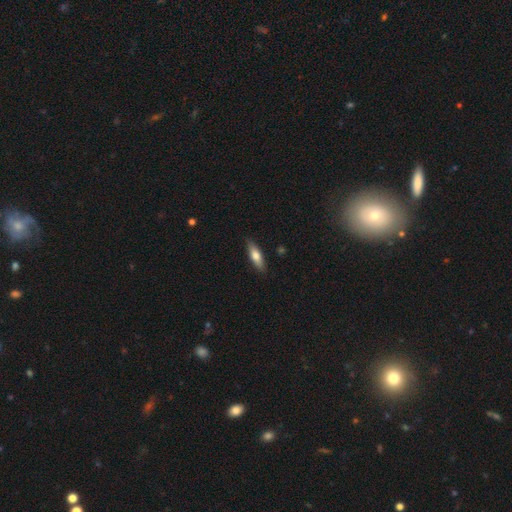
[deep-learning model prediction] The model was most divided on "how rounded" (2-way tie): in between: 49%, cigar-shaped: 49%, round: 2%. More confident: merging — none (87%); smooth or featured — smooth (70%).